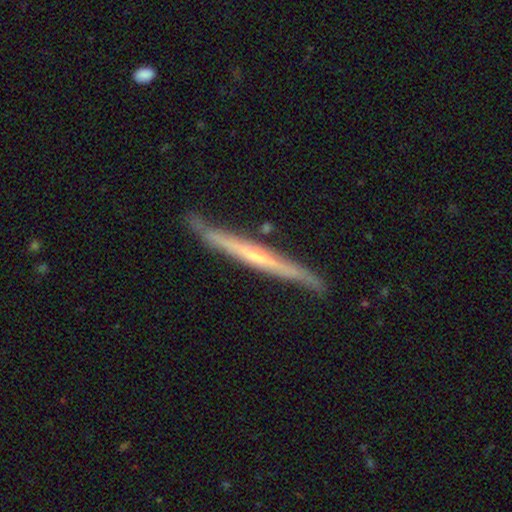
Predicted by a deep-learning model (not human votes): smooth_or_featured: featured or disk (p=0.69) [alt: smooth p=0.25]
disk_edge_on: yes (p=0.95) [alt: no p=0.05]
edge_on_bulge: none (p=0.63) [alt: rounded p=0.31]
merging: none (p=0.80) [alt: minor disturbance p=0.16]